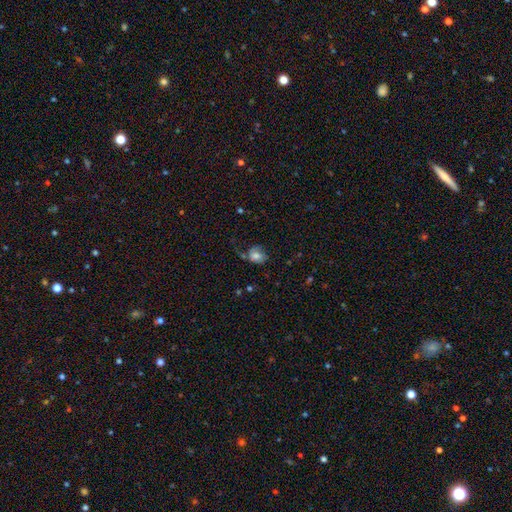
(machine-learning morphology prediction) The model was most divided on "how rounded": round: 54%, in between: 44%, cigar-shaped: 1%. Remaining: smooth or featured — smooth (65%); merging — none (40%).